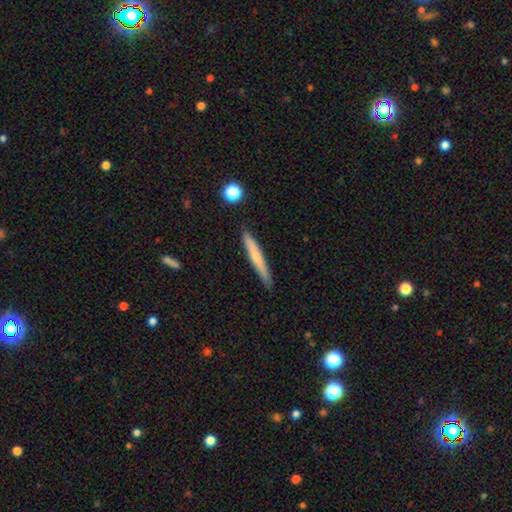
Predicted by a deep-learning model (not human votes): smooth-or-featured: smooth: 58% | featured or disk: 36% | star or artifact: 6%
  how-rounded: cigar-shaped: 95% | in between: 4% | round: 1%
  merging: none: 86% | minor disturbance: 10% | major disturbance: 2% | merger: 2%